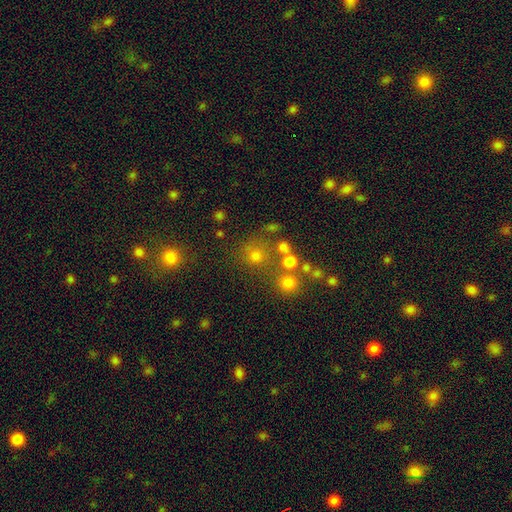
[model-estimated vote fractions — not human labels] This is possibly a smooth galaxy (56%). How rounded: clearly round (89%). Merging: likely none (67%).